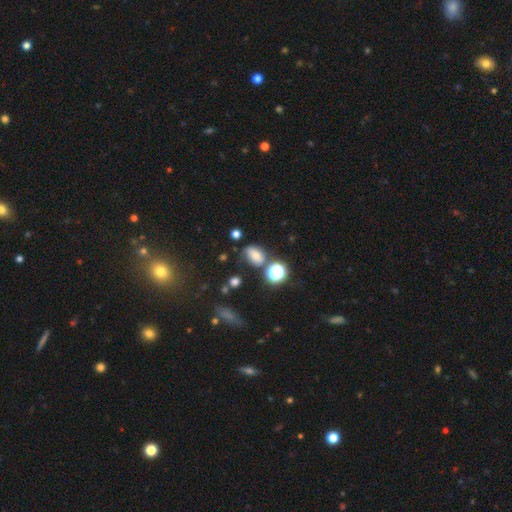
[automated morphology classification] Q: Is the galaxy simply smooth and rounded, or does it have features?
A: smooth — 65%.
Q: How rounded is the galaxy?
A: in between — 71%.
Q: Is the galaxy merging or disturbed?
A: none — 62%.